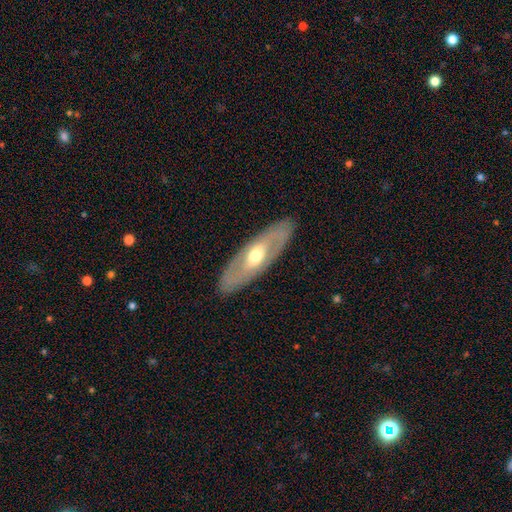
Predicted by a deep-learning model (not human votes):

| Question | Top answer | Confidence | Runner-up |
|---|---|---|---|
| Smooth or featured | featured or disk | 59% | smooth (34%) |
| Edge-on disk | no | 66% | yes (34%) |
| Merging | none | 88% | minor disturbance (8%) |